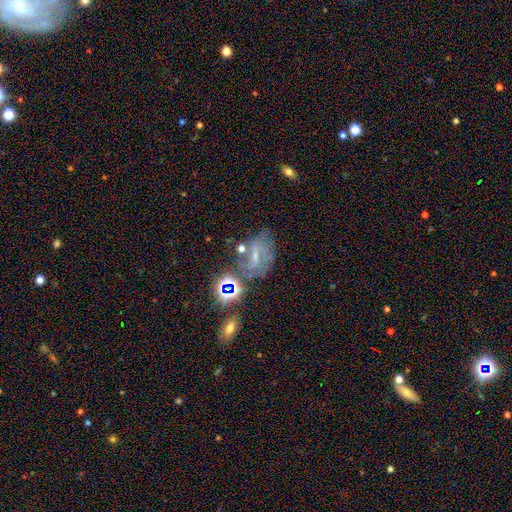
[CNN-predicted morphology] Q: Smooth or featured?
A: featured or disk (53%); runner-up: star or artifact (24%)
Q: Edge-on disk?
A: no (94%); runner-up: yes (6%)
Q: Bar?
A: weak (43%); runner-up: strong (35%)
Q: Spiral arms?
A: yes (71%); runner-up: no (29%)
Q: Bulge size?
A: small (56%); runner-up: moderate (22%)
Q: Merging?
A: none (49%); runner-up: minor disturbance (22%)